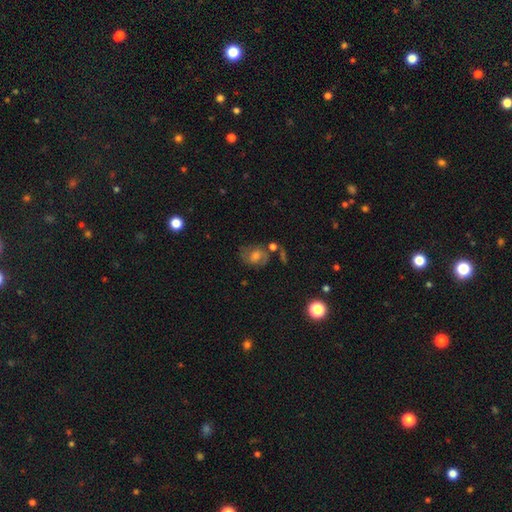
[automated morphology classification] This appears to be a featured or disk galaxy (50%). Merging: none (63%).